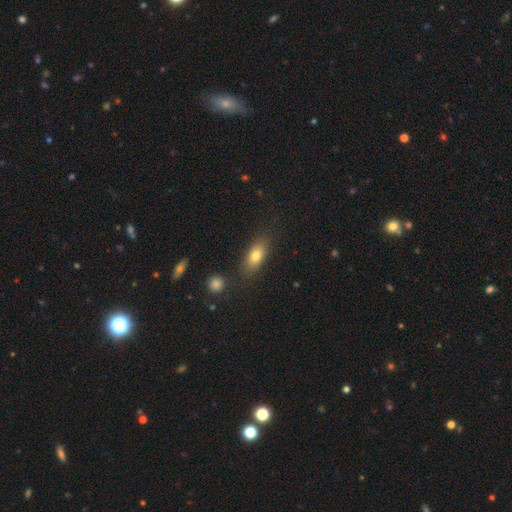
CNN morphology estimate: A smooth galaxy with no disk features (77%) that is in between round and cigar-shaped (79%). Merging: none (80%).